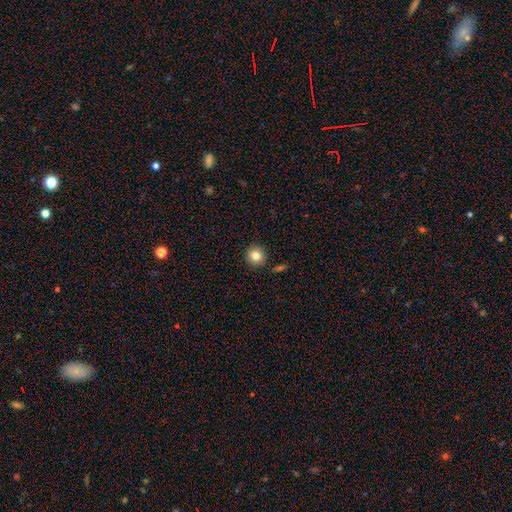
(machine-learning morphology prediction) smooth 82%, star or artifact 10%, featured or disk 7%. Down the decision tree: how rounded — round (92%); merging — none (89%).